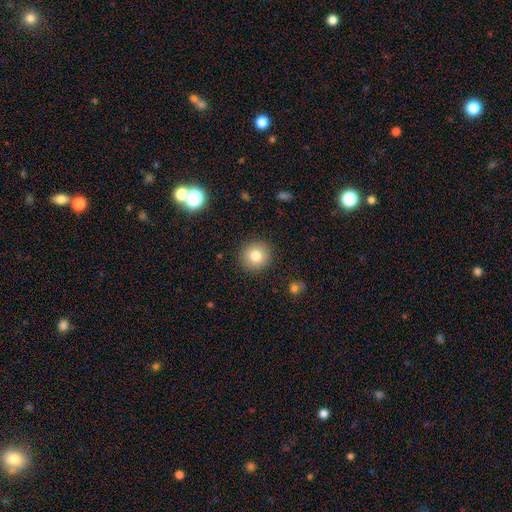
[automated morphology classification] smooth-or-featured: smooth: 79% | star or artifact: 11% | featured or disk: 10%
  how-rounded: round: 91% | in between: 8% | cigar-shaped: 1%
  merging: none: 90% | minor disturbance: 6% | major disturbance: 2% | merger: 1%